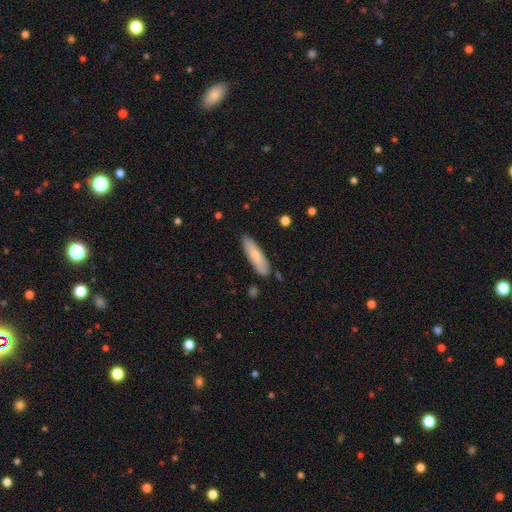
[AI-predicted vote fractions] Q: Smooth or featured?
A: smooth (79%); runner-up: featured or disk (16%)
Q: How rounded?
A: cigar-shaped (69%); runner-up: in between (30%)
Q: Merging?
A: none (84%); runner-up: minor disturbance (12%)